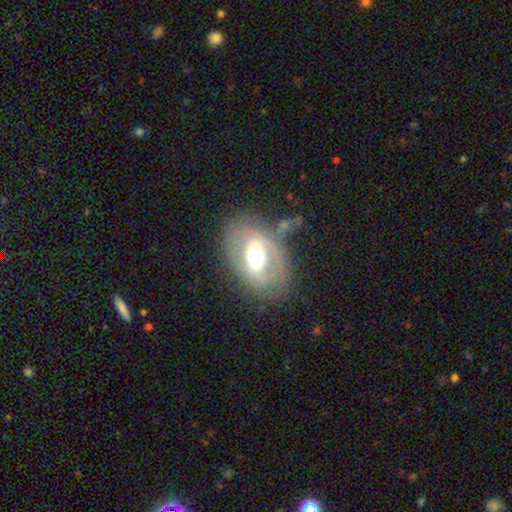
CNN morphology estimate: Smooth or featured? featured or disk (55%)
Edge-on disk? no (92%)
Bar? no (55%)
Spiral arms? no (62%)
Bulge size? moderate (50%)
Merging? none (53%)